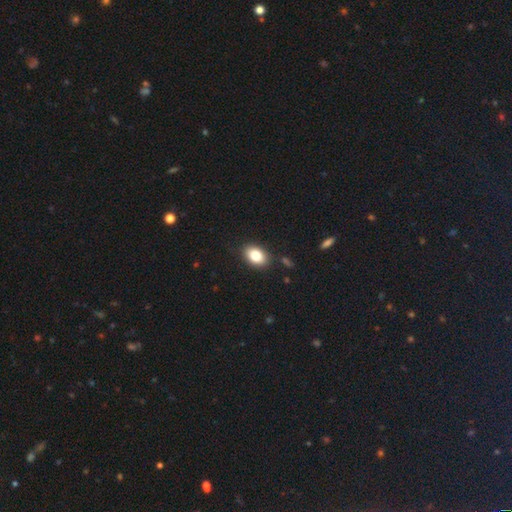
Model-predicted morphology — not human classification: Smooth or featured?
  - smooth: 82% *
  - featured or disk: 9%
  - star or artifact: 9%
How rounded?
  - in between: 82% *
  - round: 16%
  - cigar-shaped: 1%
Merging?
  - none: 86% *
  - minor disturbance: 10%
  - major disturbance: 2%
  - merger: 2%